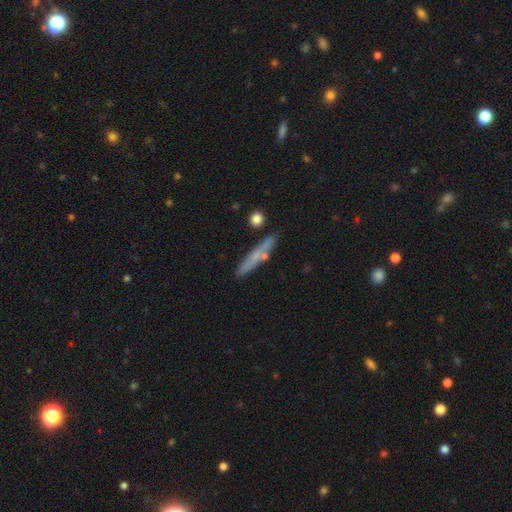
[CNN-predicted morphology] This appears to be a smooth galaxy with no disk features (55%) that is cigar-shaped (91%). Merging: none (78%).